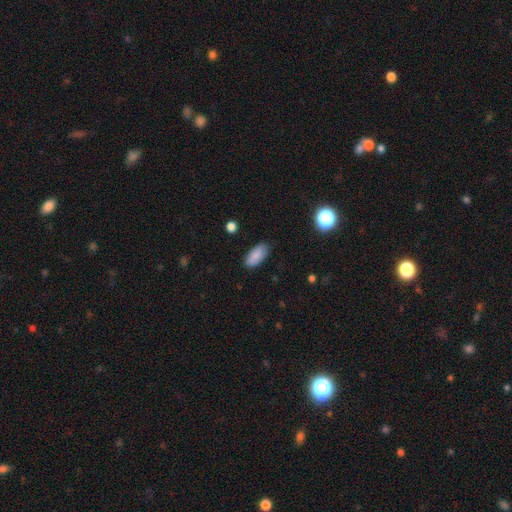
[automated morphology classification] Q: Smooth or featured?
A: smooth (86%); runner-up: star or artifact (7%)
Q: How rounded?
A: in between (89%); runner-up: cigar-shaped (9%)
Q: Merging?
A: none (84%); runner-up: minor disturbance (12%)